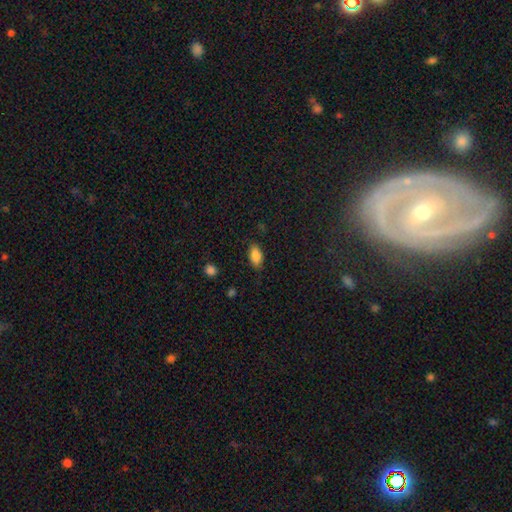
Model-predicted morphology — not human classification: Smooth or featured? smooth (86%)
How rounded? in between (91%)
Merging? none (81%)